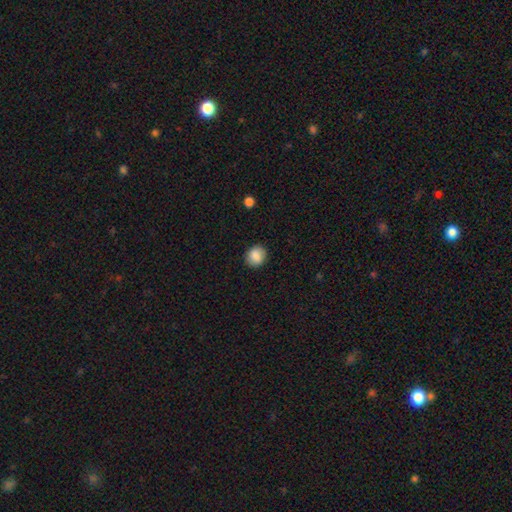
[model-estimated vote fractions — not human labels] smooth_or_featured: smooth (p=0.87) [alt: star or artifact p=0.08]
how_rounded: round (p=0.72) [alt: in between p=0.27]
merging: none (p=0.87) [alt: minor disturbance p=0.10]